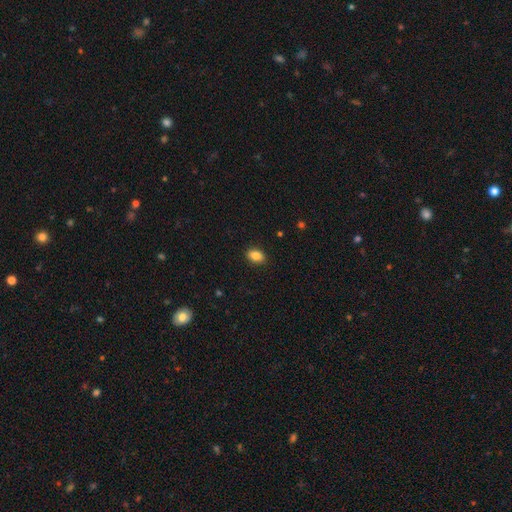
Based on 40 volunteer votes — Morphology: type=smooth (85%); roundness=in between (74%); merging=none (92%).